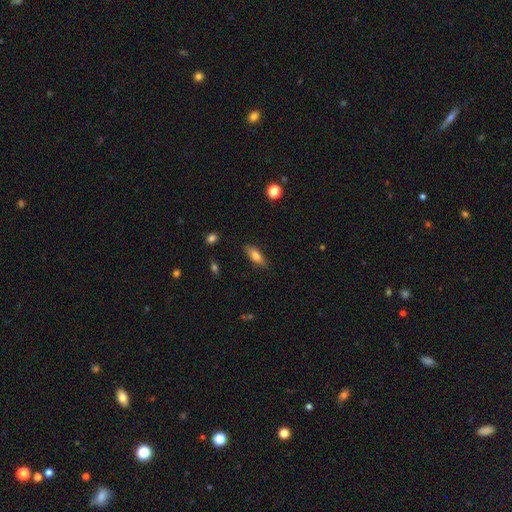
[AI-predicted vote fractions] Q: Smooth or featured?
A: smooth (76%); runner-up: featured or disk (16%)
Q: How rounded?
A: in between (69%); runner-up: cigar-shaped (29%)
Q: Merging?
A: none (85%); runner-up: minor disturbance (11%)